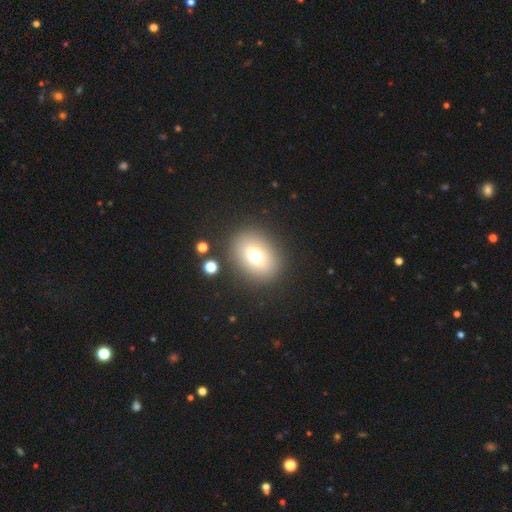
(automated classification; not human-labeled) Smooth or featured? Predicted: smooth (p=0.71). How rounded? Predicted: in between (p=0.58). Merging? Predicted: none (p=0.85).